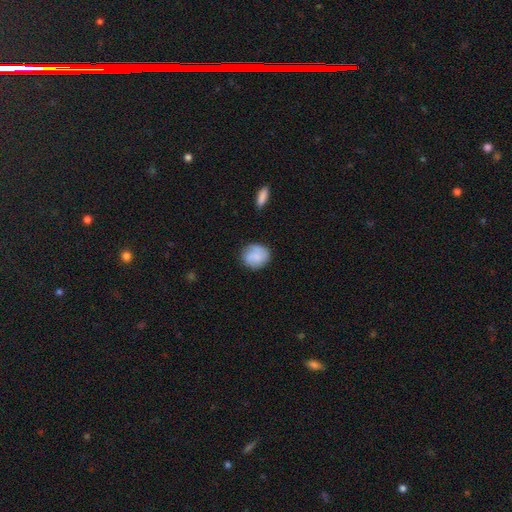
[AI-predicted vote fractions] This appears to be a smooth galaxy with no disk features (80%) that is round (75%). Merging: none (76%).